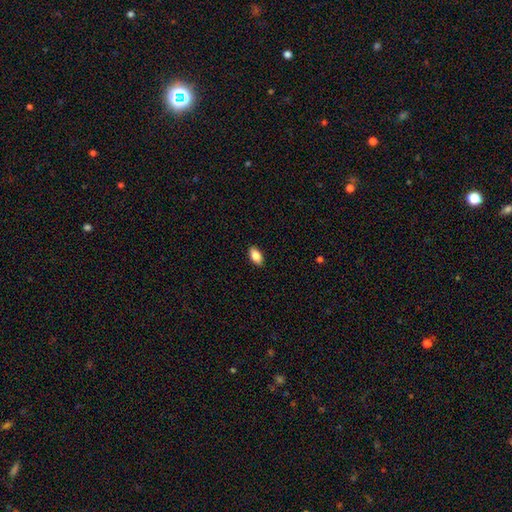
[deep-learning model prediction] A smooth galaxy with no disk features (84%) that is in between round and cigar-shaped (92%).

Vote fractions:
- Smooth or featured? smooth: 84% / featured or disk: 9% / star or artifact: 7%
- How rounded? in between: 92% / round: 4% / cigar-shaped: 4%
- Merging? none: 89% / minor disturbance: 8% / major disturbance: 2% / merger: 1%